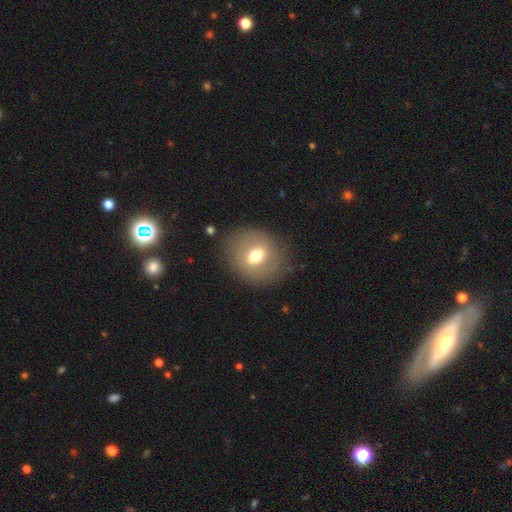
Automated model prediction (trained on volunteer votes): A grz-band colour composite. It shows a smooth galaxy with no disk features (56%) that is round (63%). Merging: none (82%).